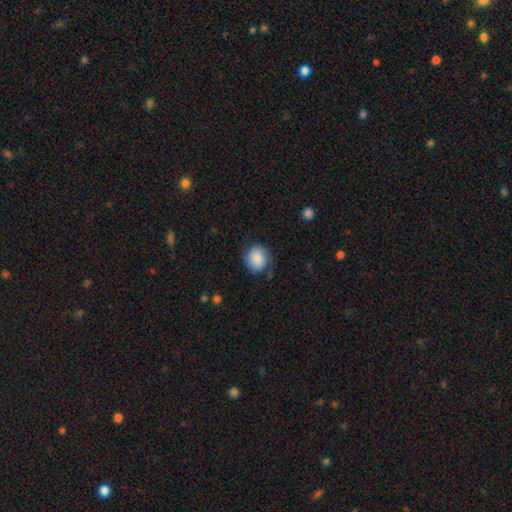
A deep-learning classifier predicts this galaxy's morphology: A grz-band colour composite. It shows a smooth galaxy with no disk features (86%) that is round (74%). Merging: none (73%).